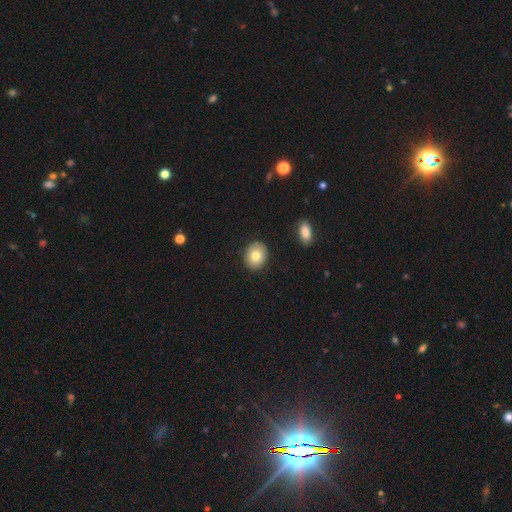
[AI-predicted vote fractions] Q: Smooth or featured?
A: smooth (81%); runner-up: featured or disk (12%)
Q: How rounded?
A: round (60%); runner-up: in between (39%)
Q: Merging?
A: none (90%); runner-up: minor disturbance (7%)